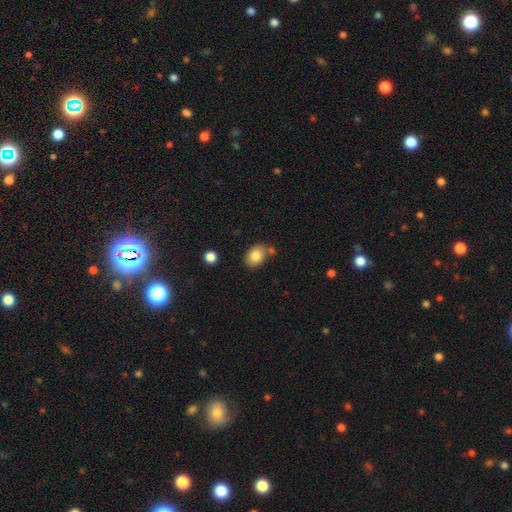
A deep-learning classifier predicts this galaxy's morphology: Smooth or featured? smooth (82%)
How rounded? in between (70%)
Merging? none (67%)